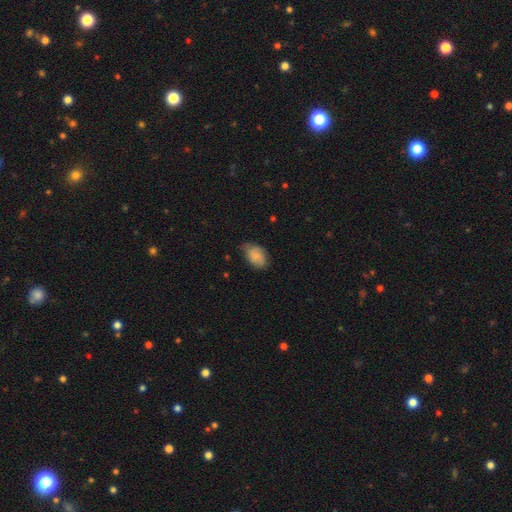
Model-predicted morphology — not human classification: This is likely a smooth galaxy (80%). How rounded: clearly in between (86%). Merging: possibly none (59%).